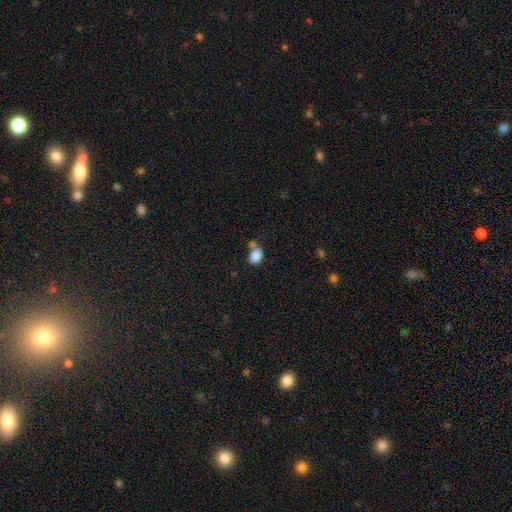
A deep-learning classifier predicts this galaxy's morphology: This is clearly a smooth galaxy (84%). How rounded: likely in between (76%). Merging: possibly none (48%).